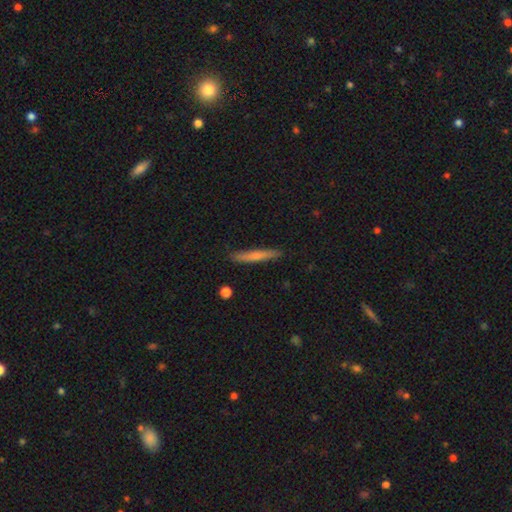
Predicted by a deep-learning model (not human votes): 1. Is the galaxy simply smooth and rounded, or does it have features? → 64% smooth, 31% featured or disk, 6% star or artifact.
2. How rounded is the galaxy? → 95% cigar-shaped, 4% in between, 2% round.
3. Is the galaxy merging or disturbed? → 89% none, 8% minor disturbance, 2% major disturbance, 1% merger.